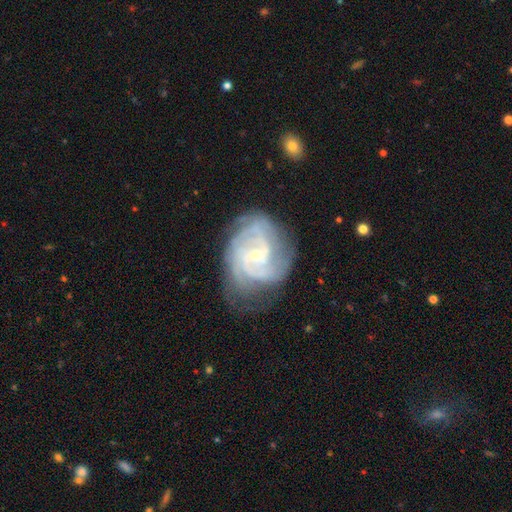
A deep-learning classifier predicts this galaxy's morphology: This appears to be a featured or disk galaxy (86%) with no bar (46%), tight (56%) spiral arms (96%) and a small central bulge (77%). Merging: none (62%).